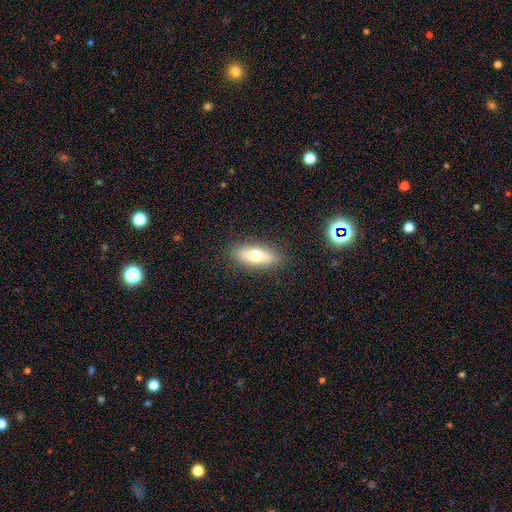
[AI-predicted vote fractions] Smooth or featured?
  - smooth: 66% *
  - featured or disk: 27%
  - star or artifact: 8%
How rounded?
  - in between: 69% *
  - cigar-shaped: 27%
  - round: 4%
Merging?
  - none: 87% *
  - minor disturbance: 9%
  - major disturbance: 2%
  - merger: 1%